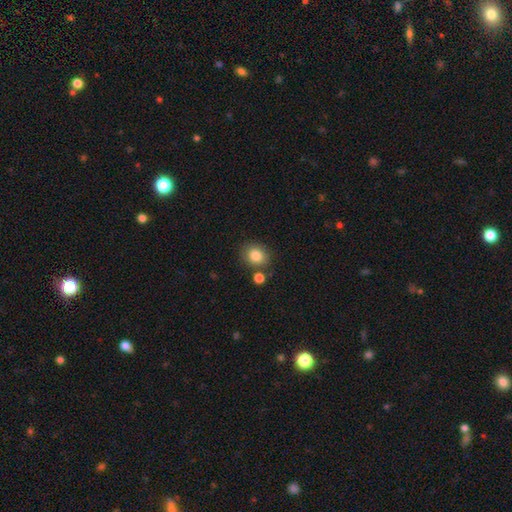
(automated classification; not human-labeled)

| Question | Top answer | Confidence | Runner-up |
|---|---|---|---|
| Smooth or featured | smooth | 84% | star or artifact (9%) |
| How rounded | round | 67% | in between (32%) |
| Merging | none | 75% | minor disturbance (11%) |